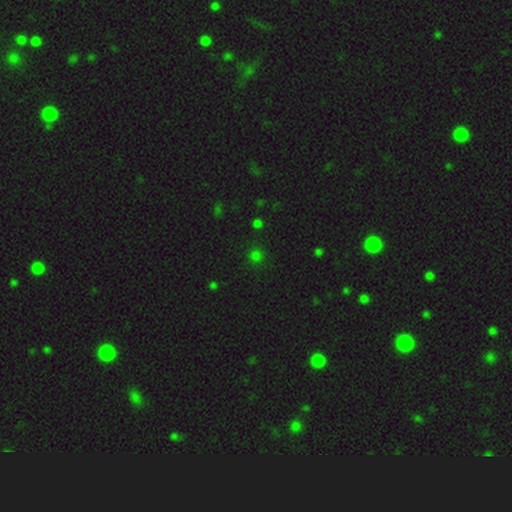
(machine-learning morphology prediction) A smooth galaxy with no disk features (67%) that is round (91%).

Vote fractions:
- Smooth or featured? smooth: 67% / star or artifact: 29% / featured or disk: 4%
- How rounded? round: 91% / in between: 7% / cigar-shaped: 1%
- Merging? none: 88% / minor disturbance: 7% / major disturbance: 3% / merger: 2%